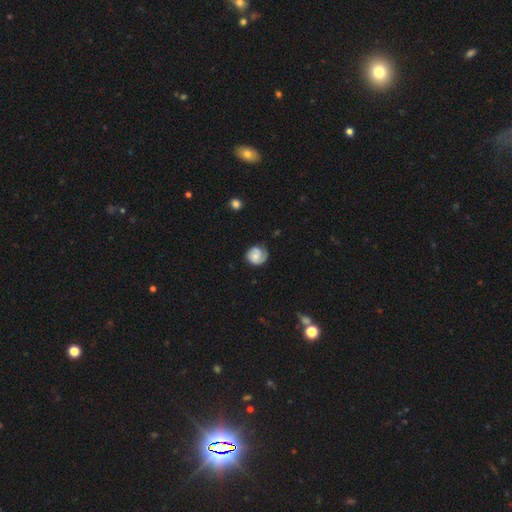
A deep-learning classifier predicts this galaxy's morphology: Smooth or featured? Predicted: featured or disk (p=0.50). Merging? Predicted: none (p=0.68).